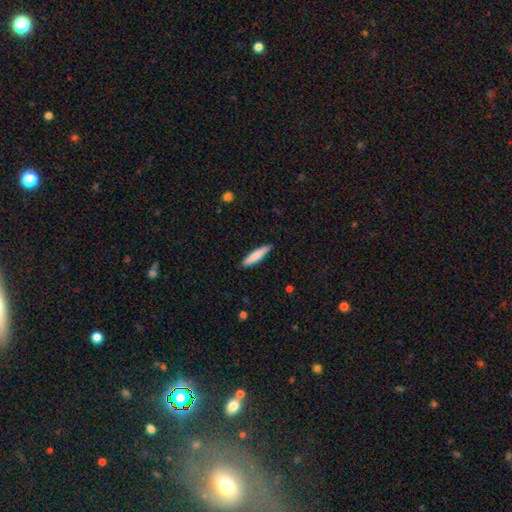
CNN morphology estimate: A smooth galaxy with no disk features (80%) that is cigar-shaped (83%). Merging: none (87%).